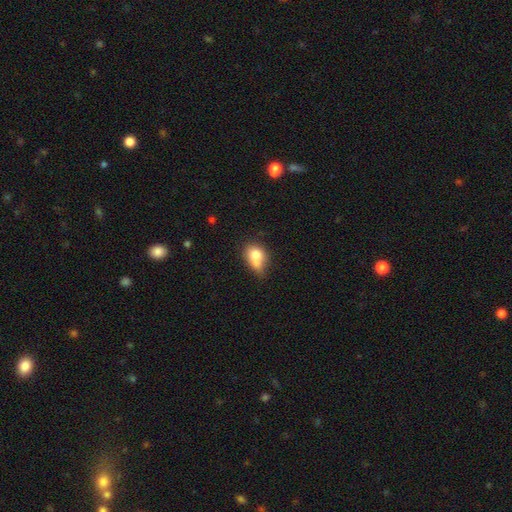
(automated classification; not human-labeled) smooth 73%, featured or disk 17%, star or artifact 10%. Down the decision tree: how rounded — in between (66%); merging — merger (37%).